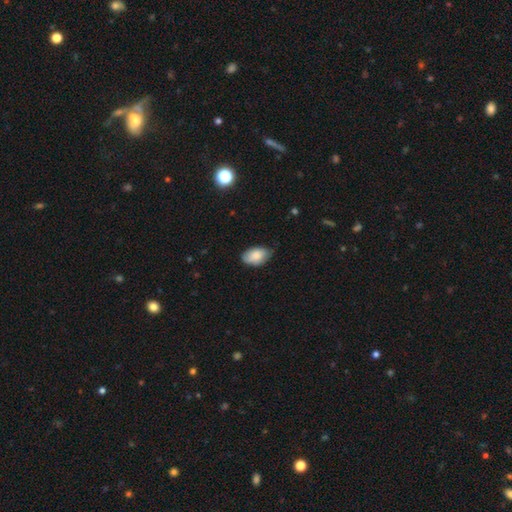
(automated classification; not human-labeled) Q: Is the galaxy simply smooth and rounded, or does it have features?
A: smooth — 84%.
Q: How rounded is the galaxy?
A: in between — 92%.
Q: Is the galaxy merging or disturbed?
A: none — 62%.